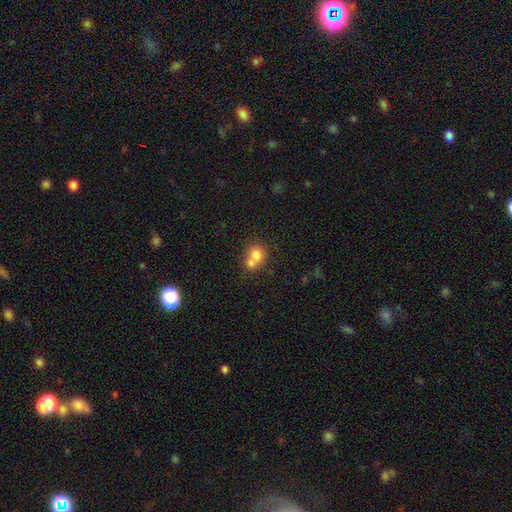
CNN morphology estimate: smooth-or-featured: smooth: 75% | featured or disk: 15% | star or artifact: 11%
  how-rounded: round: 72% | in between: 27% | cigar-shaped: 1%
  merging: merger: 61% | none: 29% | minor disturbance: 7% | major disturbance: 3%